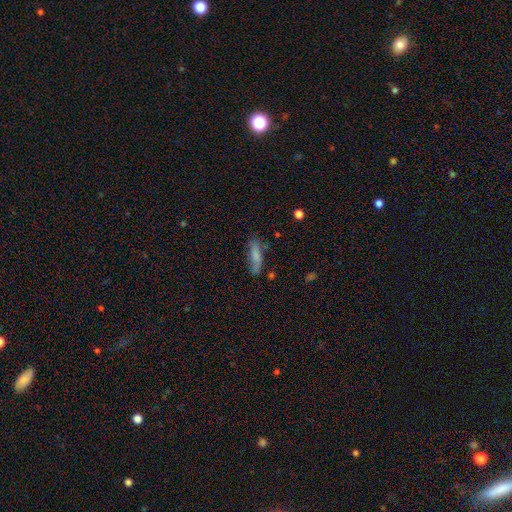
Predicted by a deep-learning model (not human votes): smooth 73%, featured or disk 19%, star or artifact 8%. Down the decision tree: how rounded — cigar-shaped (55%); merging — none (62%).